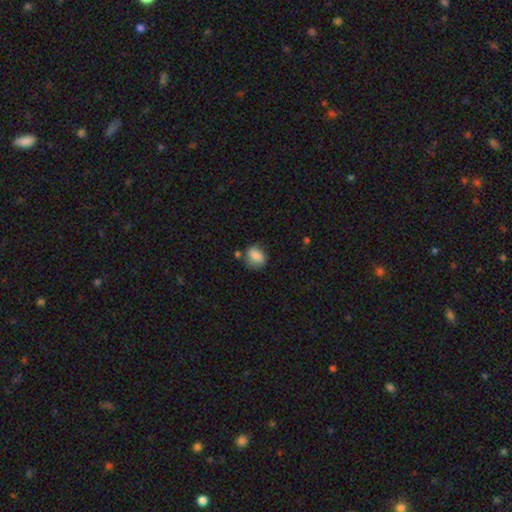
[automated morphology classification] A smooth galaxy with no disk features (79%) that is in between round and cigar-shaped (55%).

Vote fractions:
- Smooth or featured? smooth: 79% / featured or disk: 12% / star or artifact: 9%
- How rounded? in between: 55% / round: 44% / cigar-shaped: 2%
- Merging? none: 60% / minor disturbance: 25% / major disturbance: 8% / merger: 8%